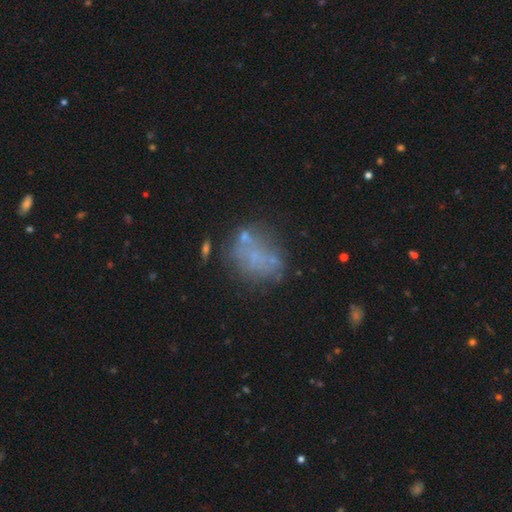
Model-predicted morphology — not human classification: A featured or disk galaxy (40%).

Vote fractions:
- Smooth or featured? featured or disk: 40% / smooth: 37% / star or artifact: 22%
- Merging? none: 54% / minor disturbance: 18% / major disturbance: 15% / merger: 13%